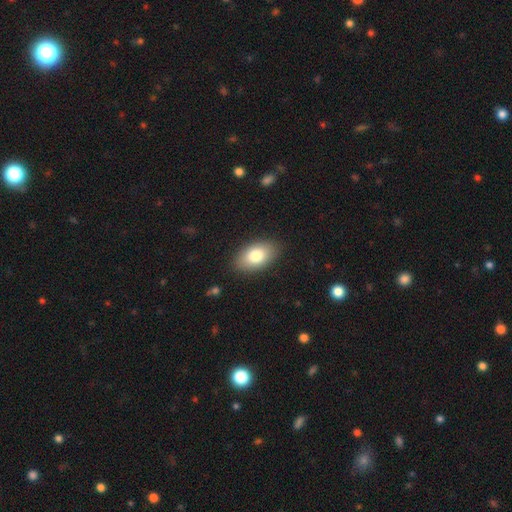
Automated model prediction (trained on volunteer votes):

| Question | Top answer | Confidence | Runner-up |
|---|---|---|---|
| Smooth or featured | smooth | 80% | featured or disk (13%) |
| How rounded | in between | 92% | round (6%) |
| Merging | none | 87% | minor disturbance (10%) |